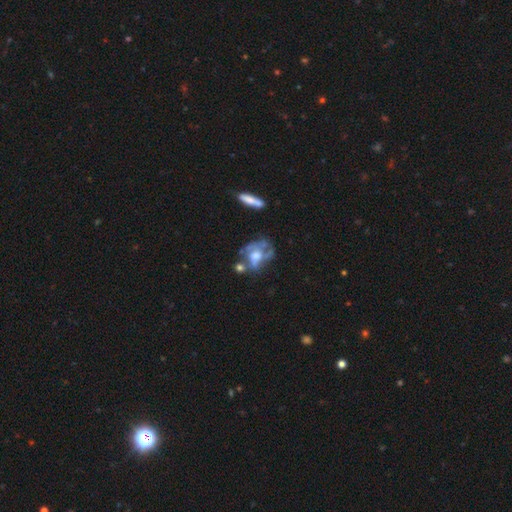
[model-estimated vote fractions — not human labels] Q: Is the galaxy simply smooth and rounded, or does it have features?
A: featured or disk — 62%.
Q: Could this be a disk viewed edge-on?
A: no — 95%.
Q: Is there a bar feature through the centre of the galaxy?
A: no — 79%.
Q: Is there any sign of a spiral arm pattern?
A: no — 61%.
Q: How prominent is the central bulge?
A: moderate — 52%.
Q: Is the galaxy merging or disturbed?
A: none — 35%.